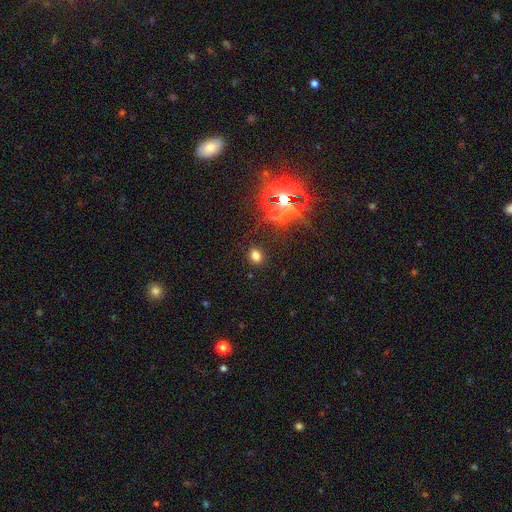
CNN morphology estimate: Smooth or featured: smooth — 70% (star or artifact — 24%)
How rounded: in between — 50% (round — 48%)
Merging: none — 87% (minor disturbance — 8%)